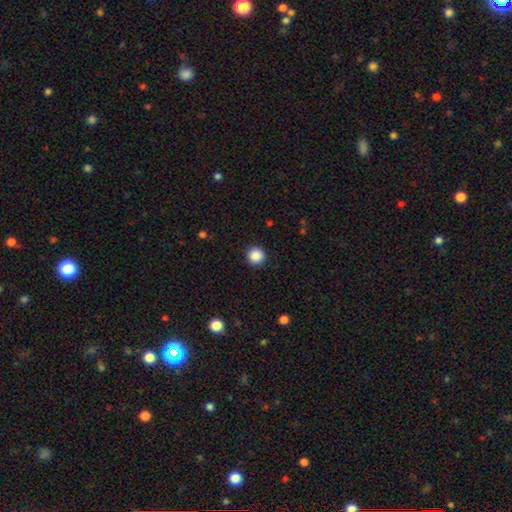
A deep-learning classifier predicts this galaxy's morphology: Smooth or featured? Predicted: smooth (p=0.88). How rounded? Predicted: round (p=0.95). Merging? Predicted: none (p=0.92).